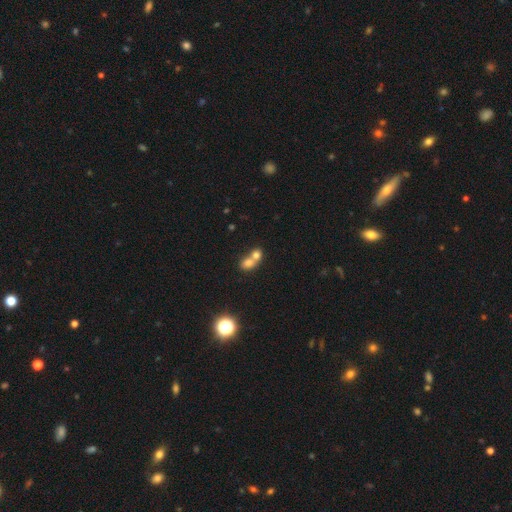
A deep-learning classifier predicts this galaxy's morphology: smooth-or-featured: smooth: 73% | featured or disk: 14% | star or artifact: 12%
  how-rounded: round: 59% | in between: 40% | cigar-shaped: 2%
  merging: merger: 71% | none: 22% | minor disturbance: 4% | major disturbance: 2%